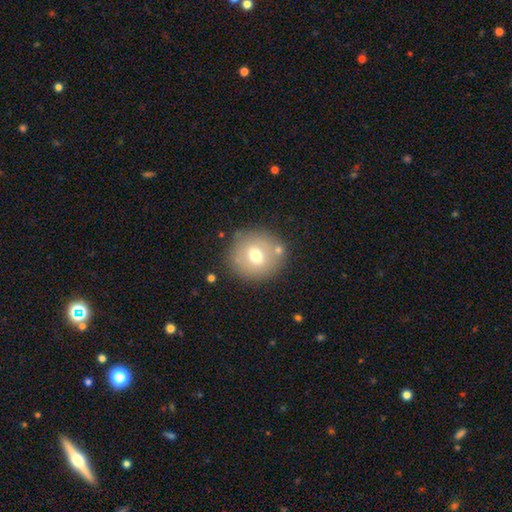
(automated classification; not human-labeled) This appears to be a smooth galaxy with no disk features (65%) that is round (88%). Merging: none (79%).